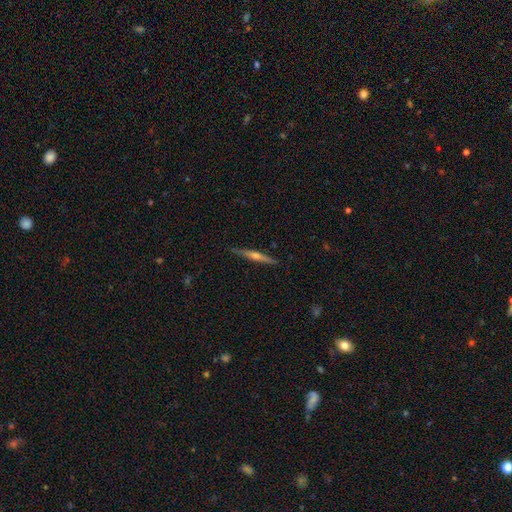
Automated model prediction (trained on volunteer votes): The model was most divided on "smooth or featured": featured or disk: 69%, smooth: 25%, star or artifact: 6%. More confident: edge-on disk — yes (98%); merging — none (89%); edge-on bulge — rounded (84%).